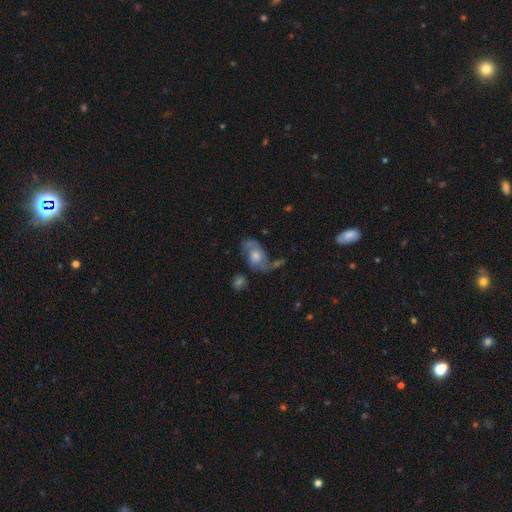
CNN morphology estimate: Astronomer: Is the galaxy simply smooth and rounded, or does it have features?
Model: featured or disk — 56% (runner-up: smooth, 35%).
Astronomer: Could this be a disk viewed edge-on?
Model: no — 93%.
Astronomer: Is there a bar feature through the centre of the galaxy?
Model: no — 73%.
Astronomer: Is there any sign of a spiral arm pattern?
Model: yes — 72%.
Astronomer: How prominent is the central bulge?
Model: moderate — 43% (runner-up: large, 34%).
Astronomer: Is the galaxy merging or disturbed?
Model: none — 45% (runner-up: minor disturbance, 24%).